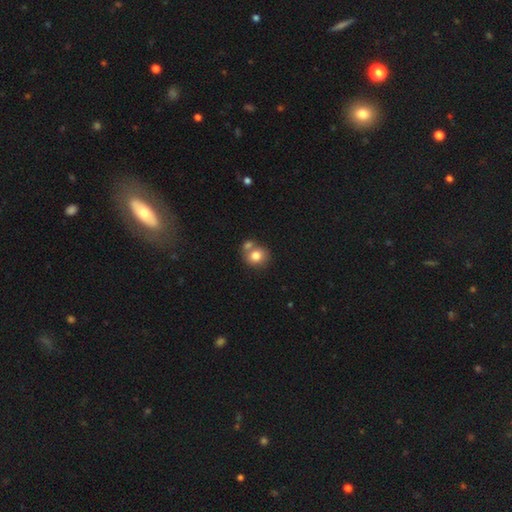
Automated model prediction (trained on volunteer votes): Q: Smooth or featured?
A: smooth (79%); runner-up: featured or disk (12%)
Q: How rounded?
A: round (75%); runner-up: in between (25%)
Q: Merging?
A: none (48%); runner-up: merger (38%)